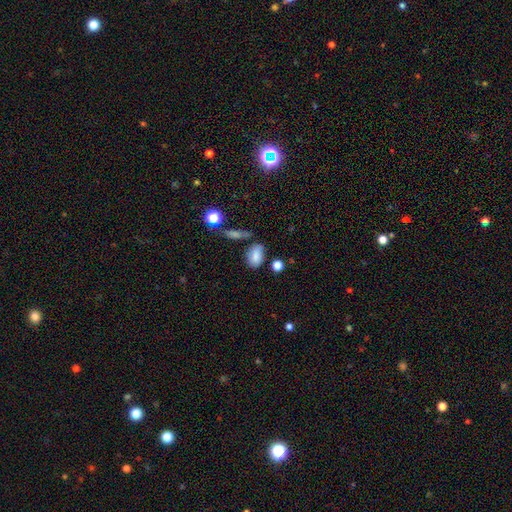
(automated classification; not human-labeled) smooth-or-featured: smooth: 78% | featured or disk: 12% | star or artifact: 10%
  how-rounded: in between: 84% | round: 13% | cigar-shaped: 3%
  merging: none: 58% | minor disturbance: 22% | merger: 13% | major disturbance: 8%